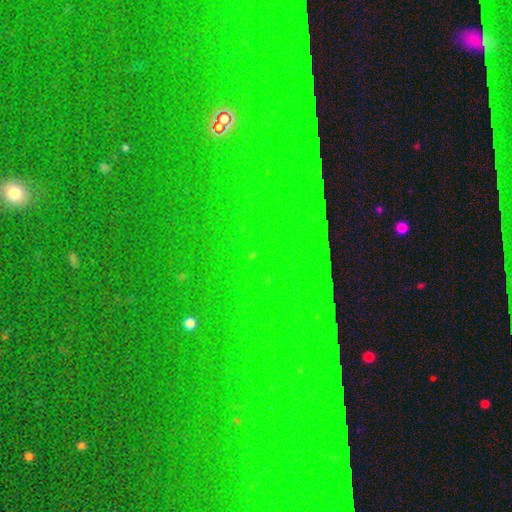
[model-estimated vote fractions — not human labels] smooth-or-featured: star or artifact: 83% | smooth: 9% | featured or disk: 8%